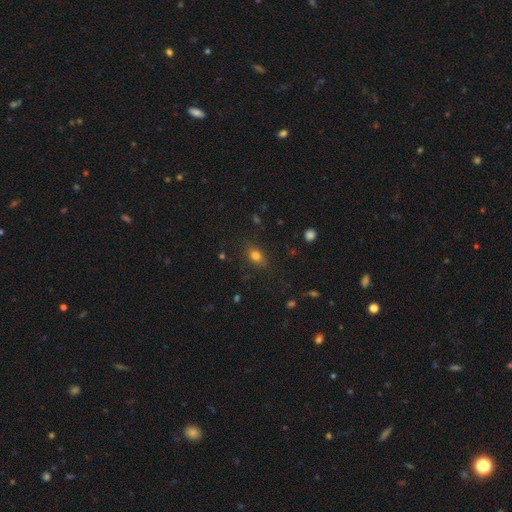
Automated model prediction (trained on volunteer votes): Smooth or featured? Predicted: smooth (p=0.77). How rounded? Predicted: in between (p=0.64). Merging? Predicted: none (p=0.82).